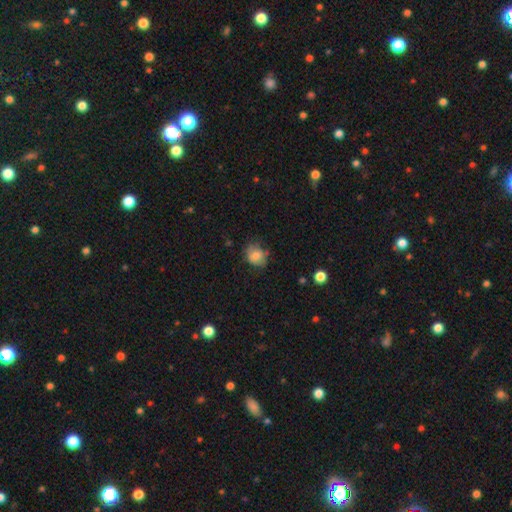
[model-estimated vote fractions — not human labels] smooth-or-featured: smooth: 77% | featured or disk: 14% | star or artifact: 9%
  how-rounded: round: 61% | in between: 39% | cigar-shaped: 1%
  merging: none: 63% | minor disturbance: 27% | major disturbance: 8% | merger: 2%